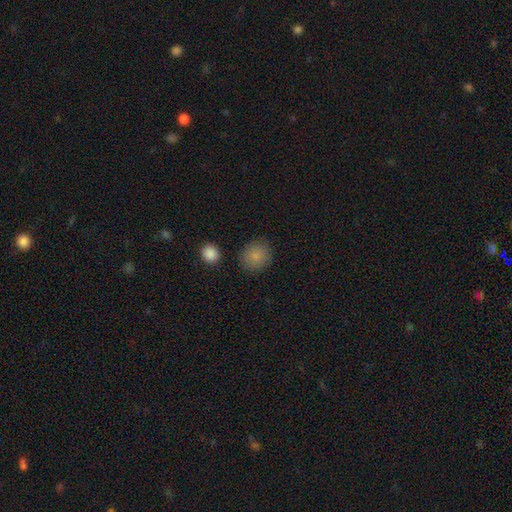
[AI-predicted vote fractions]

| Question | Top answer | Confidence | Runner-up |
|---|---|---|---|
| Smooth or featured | smooth | 86% | star or artifact (9%) |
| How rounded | round | 85% | in between (14%) |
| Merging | none | 85% | minor disturbance (10%) |